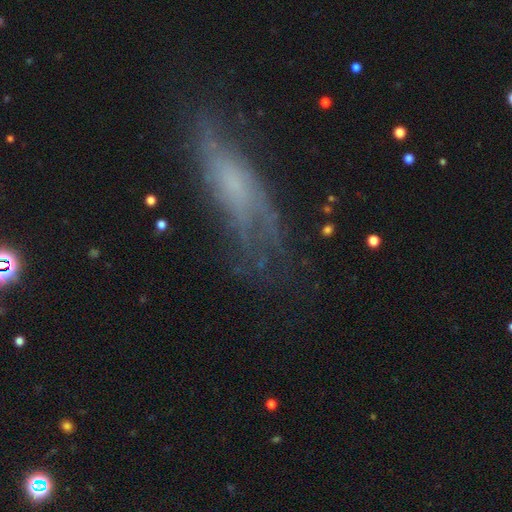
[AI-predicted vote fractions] The model was most divided on "edge-on disk": no: 64%, yes: 36%. More confident: merging — none (59%); smooth or featured — featured or disk (57%).